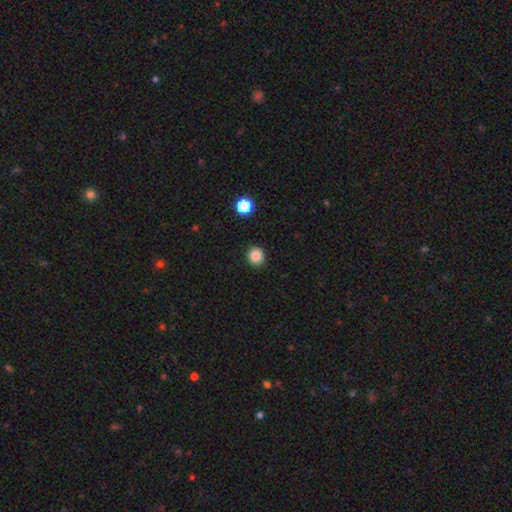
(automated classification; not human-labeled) Smooth or featured? smooth (86%)
How rounded? round (87%)
Merging? none (91%)